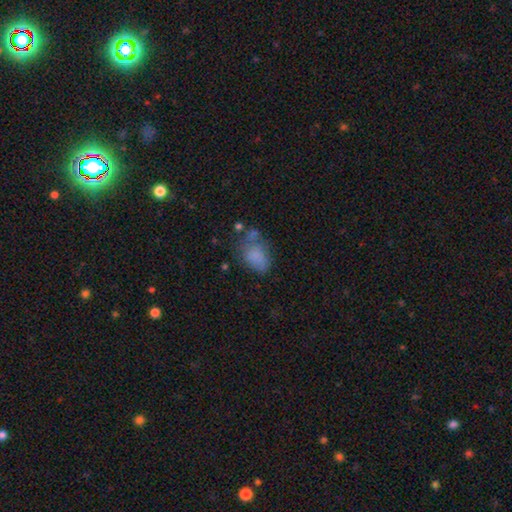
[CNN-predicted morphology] smooth-or-featured: smooth: 73% | featured or disk: 16% | star or artifact: 12%
  how-rounded: in between: 83% | round: 16% | cigar-shaped: 1%
  merging: none: 41% | minor disturbance: 28% | major disturbance: 21% | merger: 10%